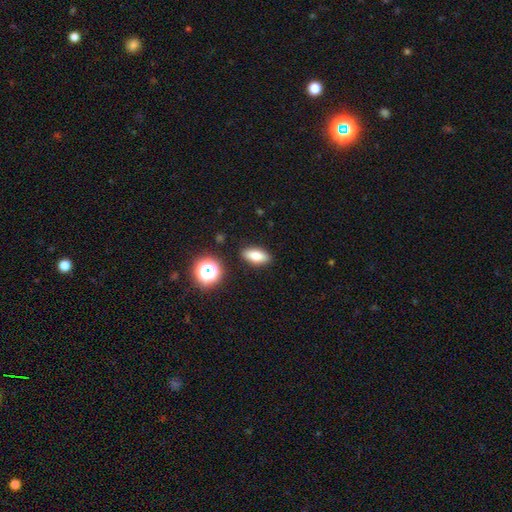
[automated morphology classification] Q: Smooth or featured?
A: smooth (78%); runner-up: featured or disk (11%)
Q: How rounded?
A: in between (81%); runner-up: cigar-shaped (11%)
Q: Merging?
A: none (88%); runner-up: minor disturbance (8%)